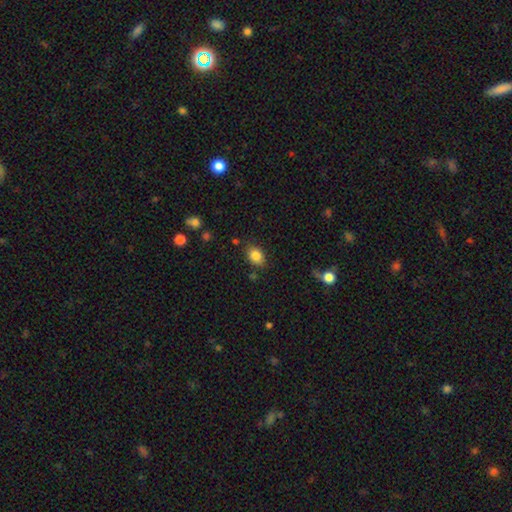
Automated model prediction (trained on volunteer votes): smooth 85%, star or artifact 9%, featured or disk 6%. Down the decision tree: how rounded — in between (73%); merging — none (81%).